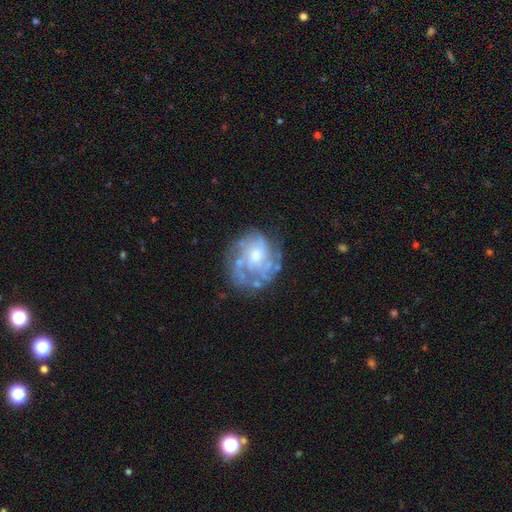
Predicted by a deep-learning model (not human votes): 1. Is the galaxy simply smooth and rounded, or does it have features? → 76% featured or disk, 17% smooth, 7% star or artifact.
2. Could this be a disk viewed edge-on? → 98% no, 2% yes.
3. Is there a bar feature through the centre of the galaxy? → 75% no, 21% weak, 3% strong.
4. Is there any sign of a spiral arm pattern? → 72% yes, 28% no.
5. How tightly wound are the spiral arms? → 48% tight, 35% medium, 17% loose.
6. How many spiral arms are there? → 45% can't tell, 18% 3, 15% 2, 10% 4, 7% 1, 5% more than 4.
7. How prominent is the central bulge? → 51% small, 42% moderate, 4% none, 3% large, 1% dominant.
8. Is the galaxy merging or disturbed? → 57% none, 22% minor disturbance, 17% major disturbance, 4% merger.